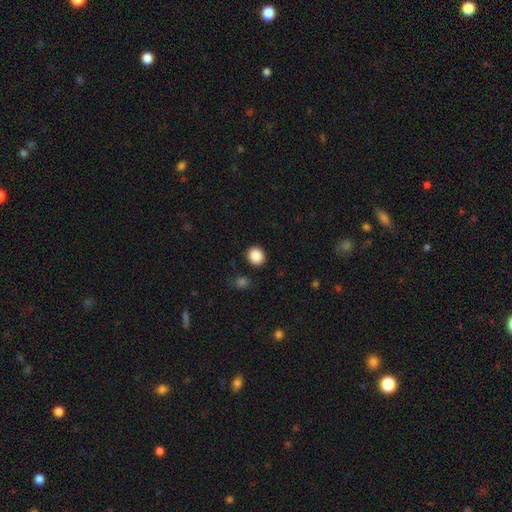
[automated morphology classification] The model was most divided on "how rounded": round: 81%, in between: 18%, cigar-shaped: 1%. More confident: merging — none (89%); smooth or featured — smooth (88%).